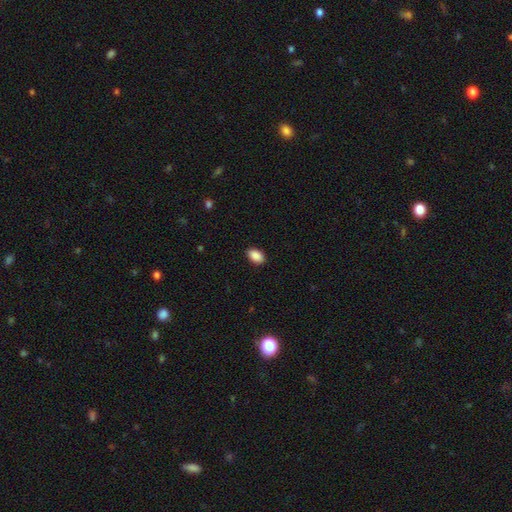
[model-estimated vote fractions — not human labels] Smooth or featured? Predicted: smooth (p=0.90). How rounded? Predicted: in between (p=0.90). Merging? Predicted: none (p=0.89).